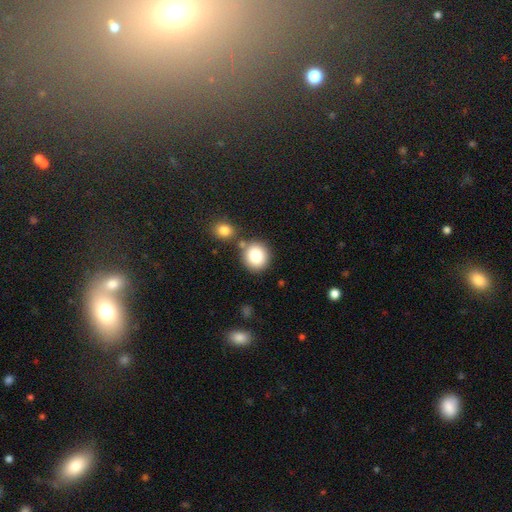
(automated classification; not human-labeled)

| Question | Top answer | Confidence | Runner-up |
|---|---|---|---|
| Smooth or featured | smooth | 83% | star or artifact (9%) |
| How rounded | round | 86% | in between (13%) |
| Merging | none | 73% | merger (15%) |